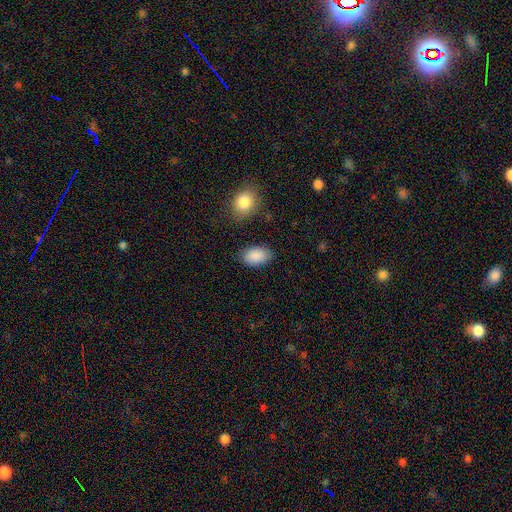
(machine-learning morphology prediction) smooth_or_featured: smooth (p=0.90) [alt: star or artifact p=0.06]
how_rounded: in between (p=0.93) [alt: round p=0.06]
merging: none (p=0.82) [alt: minor disturbance p=0.12]